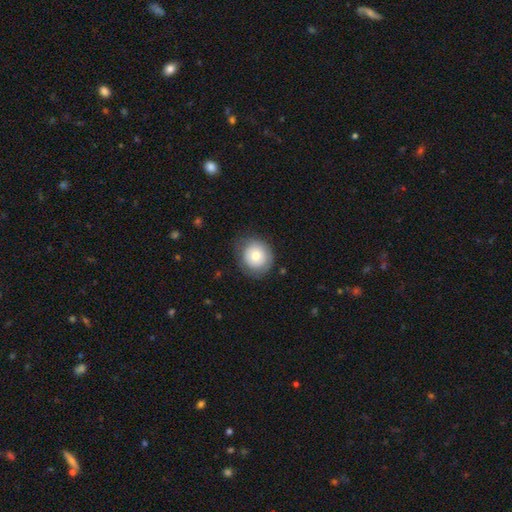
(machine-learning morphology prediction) Overall: smooth (68%). How rounded: round (89%). Merging: none (77%).